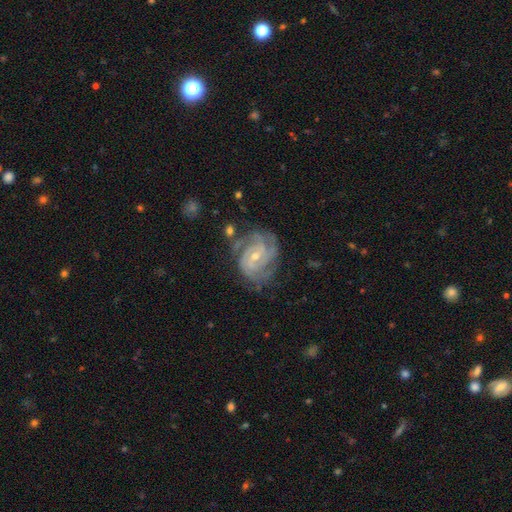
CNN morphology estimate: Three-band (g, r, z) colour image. It shows a featured or disk galaxy (88%) with no bar (47%), 3 (33%) tight (68%) spiral arms (98%) and a small central bulge (62%). Merging: none (70%).